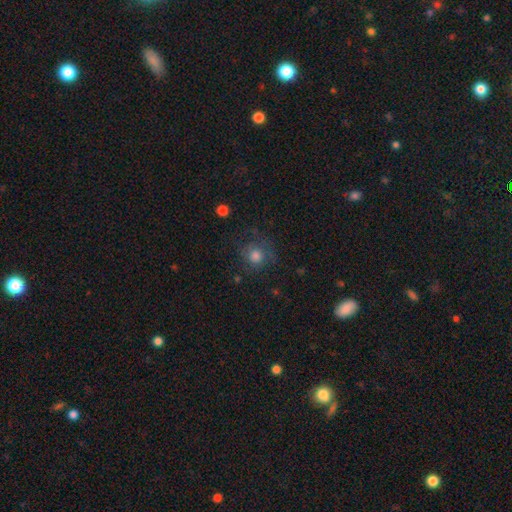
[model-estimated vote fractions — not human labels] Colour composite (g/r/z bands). It shows a smooth galaxy with no disk features (71%) that is round (87%). Merging: none (69%).